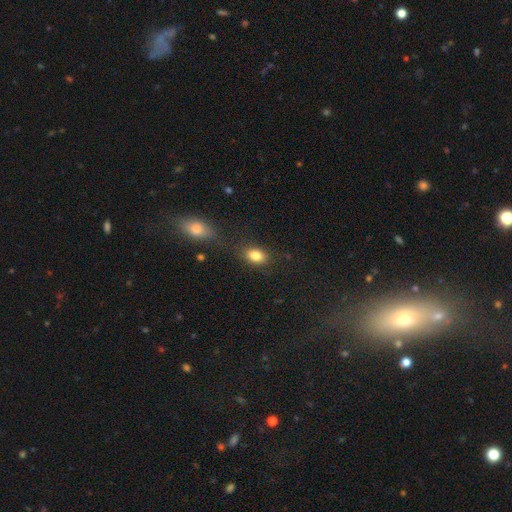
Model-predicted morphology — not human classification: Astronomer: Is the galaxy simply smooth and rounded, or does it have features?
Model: smooth — 84%.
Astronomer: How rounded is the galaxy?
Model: in between — 79%.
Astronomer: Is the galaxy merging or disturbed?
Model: none — 74%.